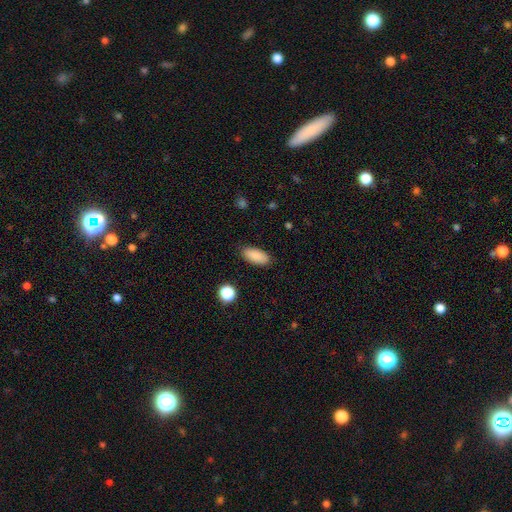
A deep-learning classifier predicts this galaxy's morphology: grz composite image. It shows a smooth galaxy with no disk features (88%) that is in between round and cigar-shaped (87%). Merging: none (87%).